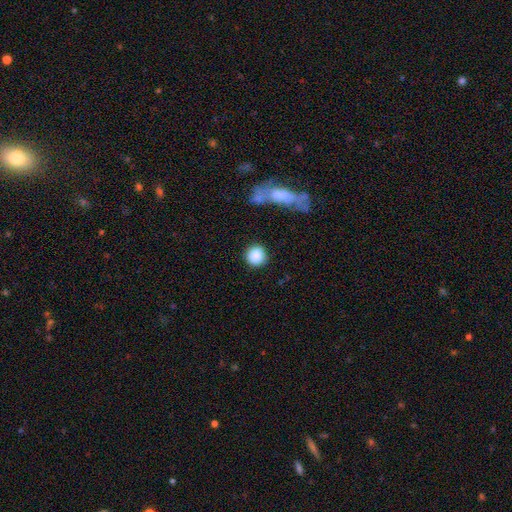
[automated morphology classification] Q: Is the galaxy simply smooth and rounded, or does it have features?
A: smooth — 86%.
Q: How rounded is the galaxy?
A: round — 89%.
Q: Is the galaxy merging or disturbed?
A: none — 83%.